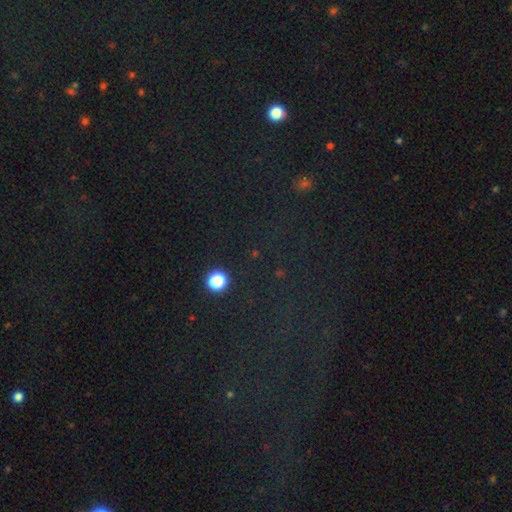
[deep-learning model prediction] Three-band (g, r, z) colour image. It shows a star or artifact, not a galaxy (75%).